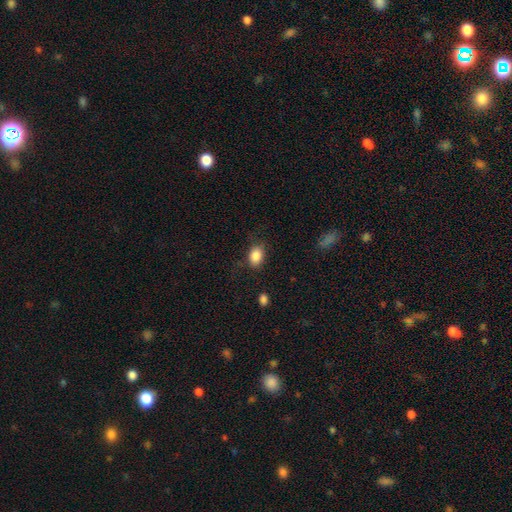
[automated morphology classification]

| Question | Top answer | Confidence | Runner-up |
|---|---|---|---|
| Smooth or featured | smooth | 86% | star or artifact (8%) |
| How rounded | in between | 76% | round (23%) |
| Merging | none | 75% | minor disturbance (18%) |